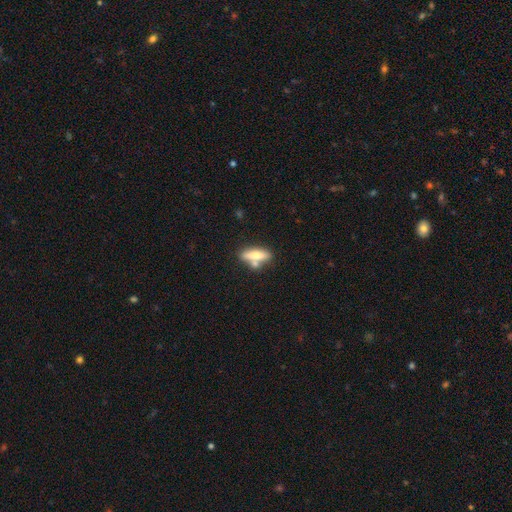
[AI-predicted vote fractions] smooth 59%, featured or disk 35%, star or artifact 6%. Down the decision tree: how rounded — cigar-shaped (49%); merging — none (58%).